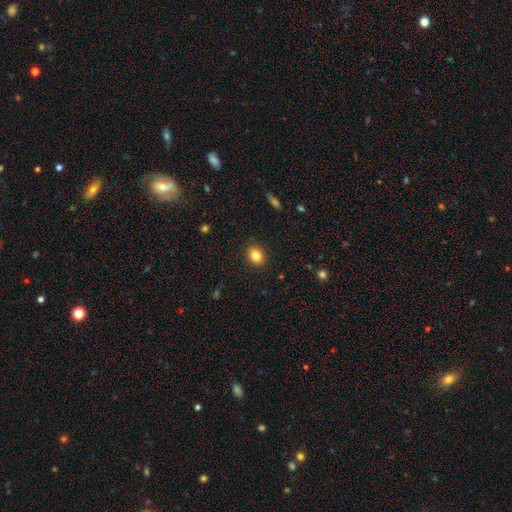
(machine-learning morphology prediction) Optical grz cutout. It shows a smooth galaxy with no disk features (84%) that is in between round and cigar-shaped (54%). Merging: none (89%).